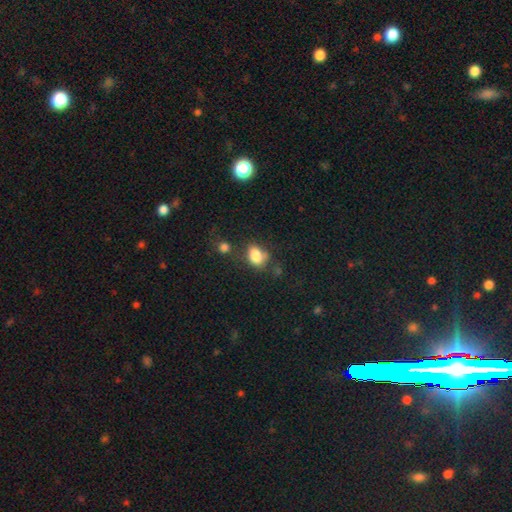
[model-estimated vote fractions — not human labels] This appears to be a smooth galaxy with no disk features (81%) that is in between round and cigar-shaped (71%). Merging: none (52%).